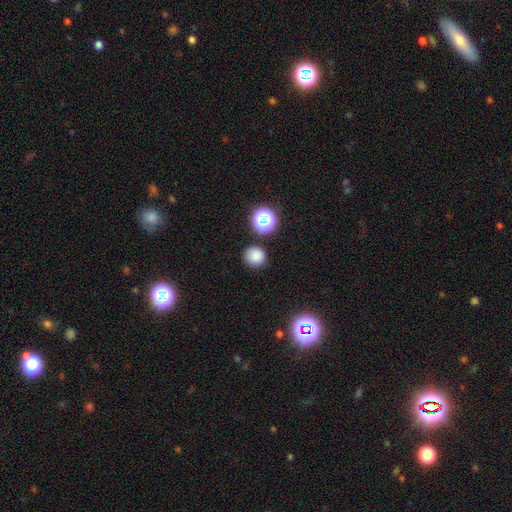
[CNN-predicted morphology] smooth-or-featured: smooth: 81% | star or artifact: 14% | featured or disk: 5%
  how-rounded: round: 92% | in between: 7% | cigar-shaped: 1%
  merging: none: 85% | minor disturbance: 8% | merger: 4% | major disturbance: 3%